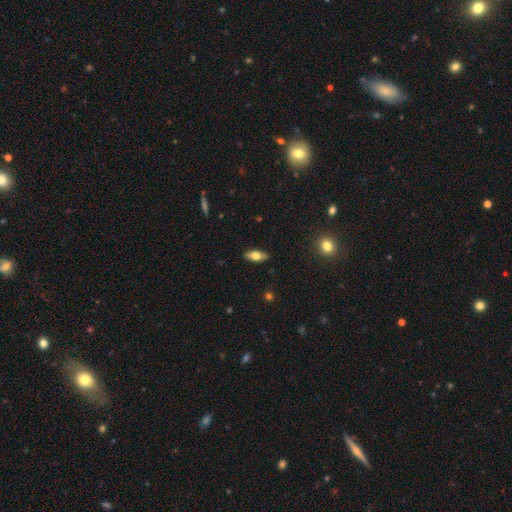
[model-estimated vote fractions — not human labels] A smooth galaxy with no disk features (66%) that is in between round and cigar-shaped (79%). Merging: none (88%).